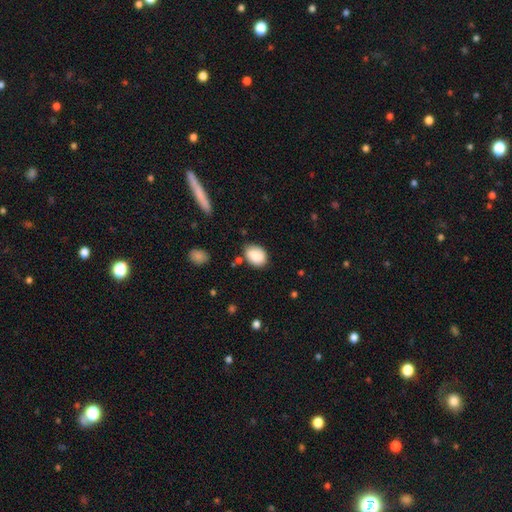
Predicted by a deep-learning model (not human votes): Morphology: type=smooth (85%); roundness=in between (71%); merging=none (74%).